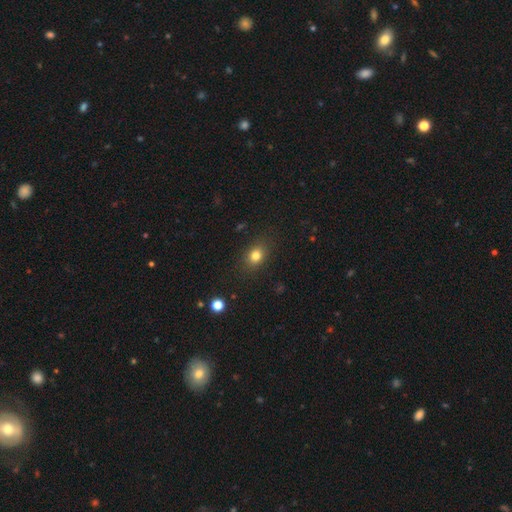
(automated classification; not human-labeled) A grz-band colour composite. It shows a smooth galaxy with no disk features (80%) that is in between round and cigar-shaped (52%). Merging: none (84%).